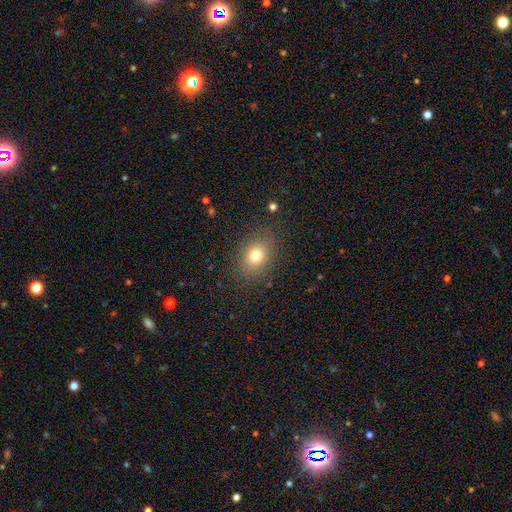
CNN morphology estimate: smooth 76%, star or artifact 13%, featured or disk 11%. Down the decision tree: how rounded — in between (62%); merging — none (85%).